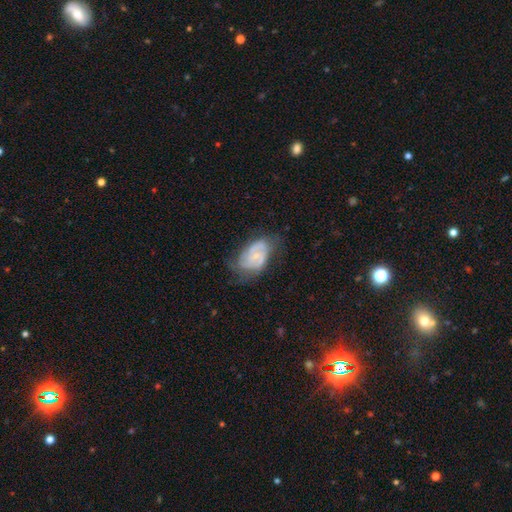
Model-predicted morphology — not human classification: A featured or disk galaxy (72%) with no bar (63%), 2 (51%) medium (42%, tied with tight) spiral arms (86%) and a small central bulge (65%). Merging: none (53%).